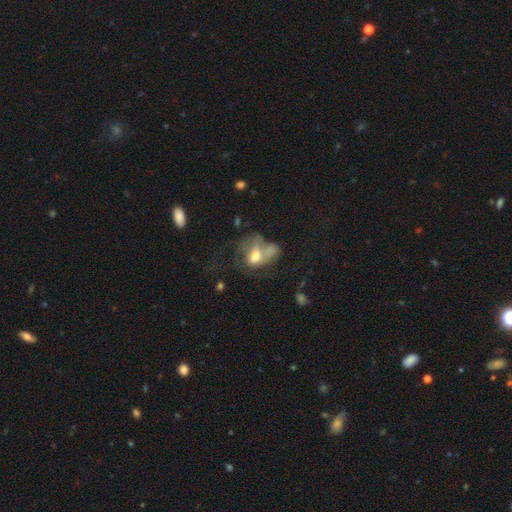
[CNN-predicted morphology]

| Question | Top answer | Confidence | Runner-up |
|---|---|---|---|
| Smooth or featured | smooth | 50% | featured or disk (39%) |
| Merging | major disturbance | 35% | merger (33%) |